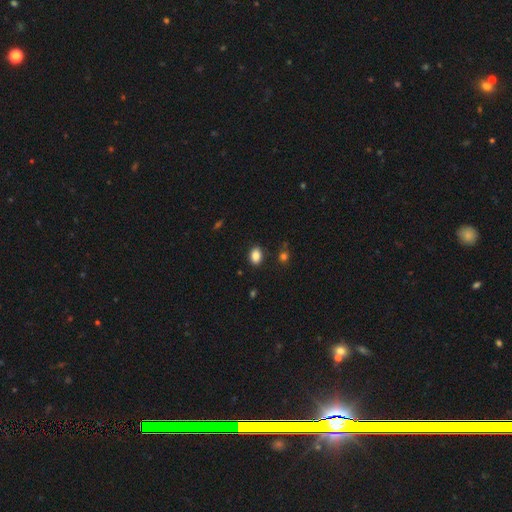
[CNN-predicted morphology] The model was most divided on "how rounded": in between: 78%, round: 21%, cigar-shaped: 1%. More confident: merging — none (86%); smooth or featured — smooth (86%).